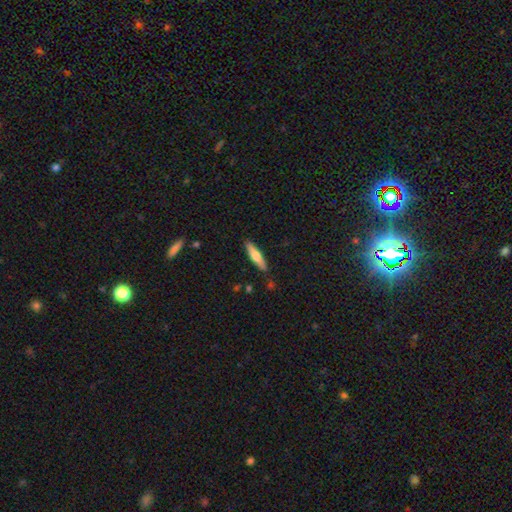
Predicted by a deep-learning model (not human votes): Smooth or featured?
  - smooth: 59% *
  - featured or disk: 35%
  - star or artifact: 6%
How rounded?
  - cigar-shaped: 78% *
  - in between: 20%
  - round: 2%
Merging?
  - none: 87% *
  - minor disturbance: 9%
  - major disturbance: 2%
  - merger: 2%